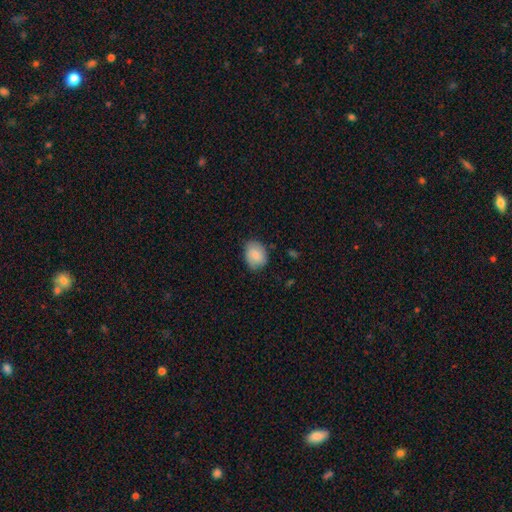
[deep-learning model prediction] Smooth or featured? smooth (83%)
How rounded? in between (54%)
Merging? none (76%)